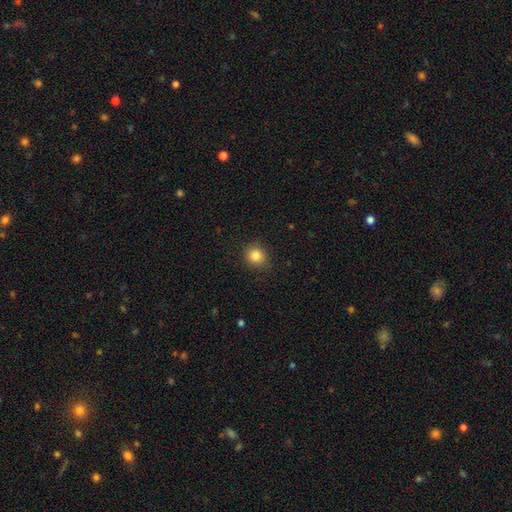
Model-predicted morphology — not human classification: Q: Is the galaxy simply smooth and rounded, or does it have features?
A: smooth — 84%.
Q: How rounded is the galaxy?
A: round — 84%.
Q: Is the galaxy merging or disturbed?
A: none — 87%.